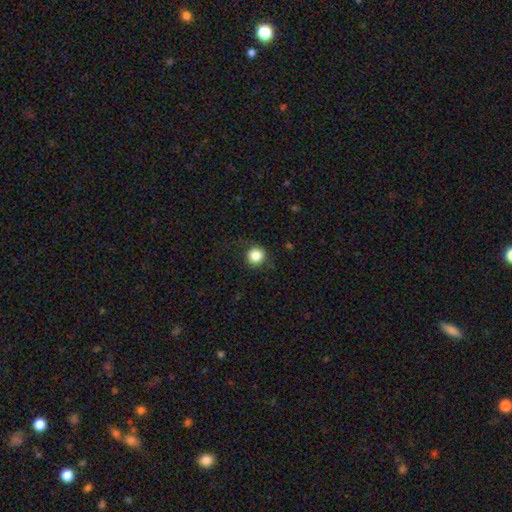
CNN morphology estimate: Q: Smooth or featured?
A: smooth (84%); runner-up: star or artifact (10%)
Q: How rounded?
A: round (94%); runner-up: in between (5%)
Q: Merging?
A: none (82%); runner-up: minor disturbance (12%)